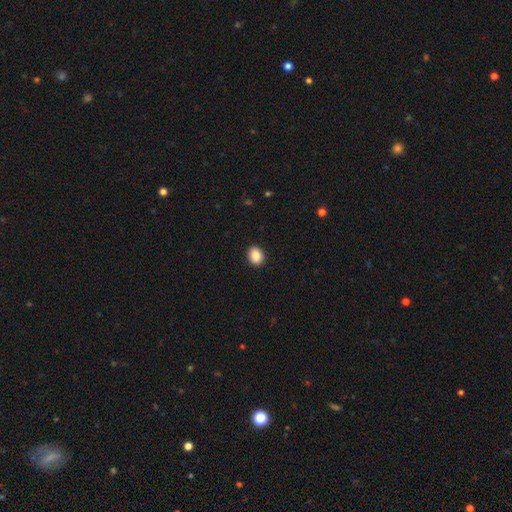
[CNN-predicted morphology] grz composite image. It shows a smooth galaxy with no disk features (90%) that is in between round and cigar-shaped (57%). Merging: none (91%).